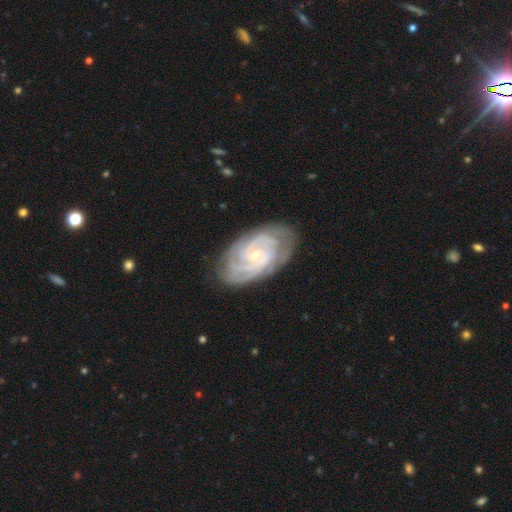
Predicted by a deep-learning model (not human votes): smooth-or-featured: featured or disk: 89% | smooth: 6% | star or artifact: 5%
  disk-edge-on: no: 97% | yes: 3%
    bar: no: 62% | weak: 30% | strong: 8%
    has-spiral-arms: yes: 98% | no: 2%
      spiral-winding: tight: 74% | medium: 22% | loose: 3%
      spiral-arm-count: 2: 27% | 3: 26% | can't tell: 20% | 4: 15% | more than 4: 6% | 1: 5%
    bulge-size: small: 78% | moderate: 19% | none: 1% | large: 1% | dominant: 1%
  merging: none: 79% | minor disturbance: 16% | major disturbance: 4% | merger: 1%